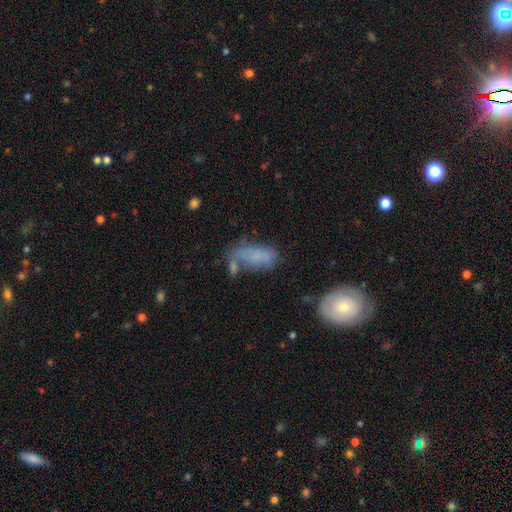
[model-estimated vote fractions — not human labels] A smooth galaxy with no disk features (64%) that is in between round and cigar-shaped (85%). Merging: none (38%).